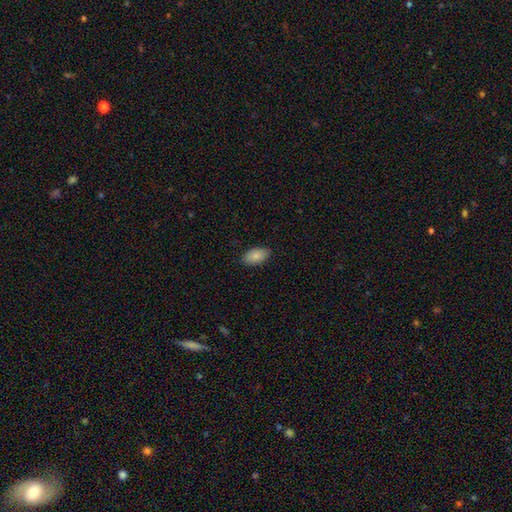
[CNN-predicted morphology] smooth_or_featured: smooth (p=0.84) [alt: featured or disk p=0.09]
how_rounded: in between (p=0.94) [alt: round p=0.04]
merging: none (p=0.86) [alt: minor disturbance p=0.11]